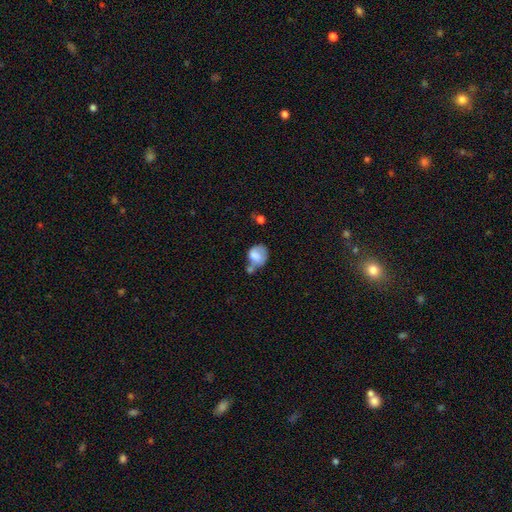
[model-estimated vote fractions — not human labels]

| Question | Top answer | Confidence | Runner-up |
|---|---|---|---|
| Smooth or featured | smooth | 68% | featured or disk (23%) |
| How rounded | round | 53% | in between (46%) |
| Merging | merger | 30% | none (29%) |